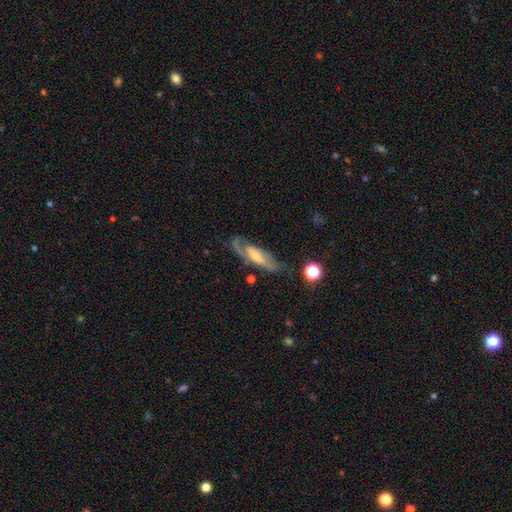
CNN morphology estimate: type=featured or disk (71%); edge-on=no (79%); bar=no (44%); spiral arms=yes (84%); bulge=small (51%); merging=none (60%).